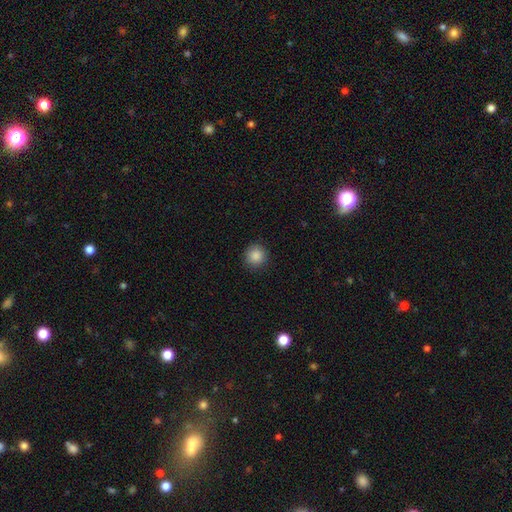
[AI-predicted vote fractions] Morphology: type=smooth (87%); roundness=round (92%); merging=none (89%).